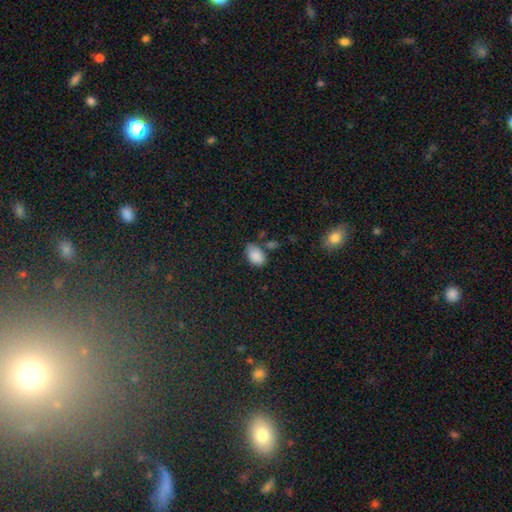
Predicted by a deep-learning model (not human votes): Morphology: type=smooth (86%); roundness=in between (88%); merging=none (61%).